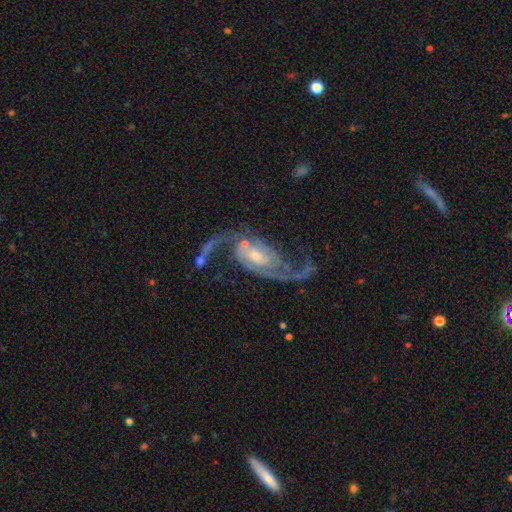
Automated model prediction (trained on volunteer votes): Smooth or featured? featured or disk (92%)
Edge-on disk? no (97%)
Bar? no (48%)
Spiral arms? yes (98%)
Spiral winding? loose (54%)
Spiral arm count? 2 (92%)
Bulge size? small (44%)
Merging? none (59%)